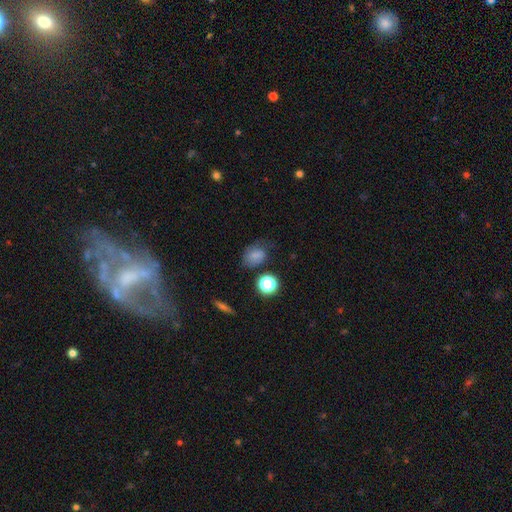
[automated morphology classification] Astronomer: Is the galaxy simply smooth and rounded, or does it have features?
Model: smooth — 71%.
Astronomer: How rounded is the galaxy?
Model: in between — 63%.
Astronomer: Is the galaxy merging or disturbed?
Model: none — 52% (runner-up: minor disturbance, 30%).